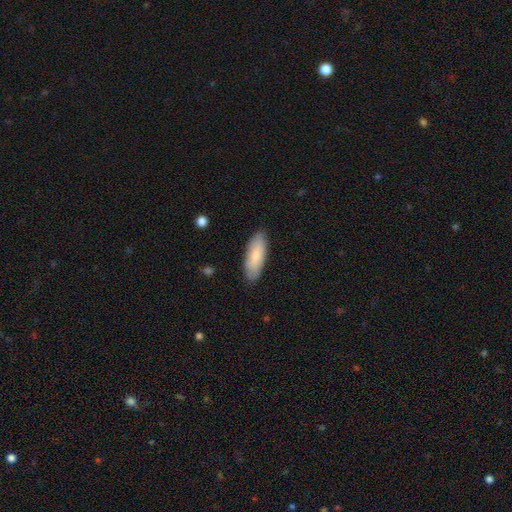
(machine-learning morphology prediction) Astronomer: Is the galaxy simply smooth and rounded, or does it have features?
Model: smooth — 79%.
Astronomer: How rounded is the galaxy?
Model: in between — 66%.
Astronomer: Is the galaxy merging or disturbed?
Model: none — 84%.